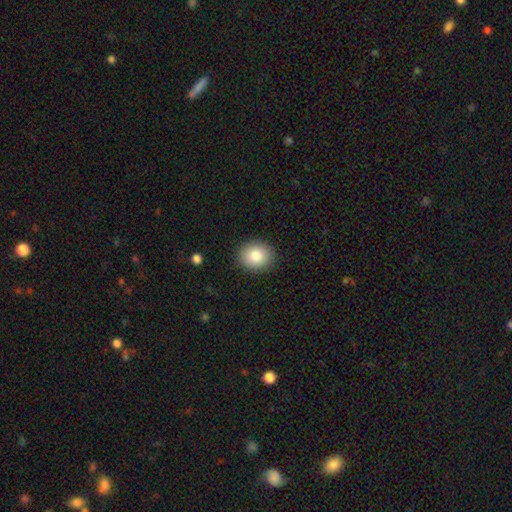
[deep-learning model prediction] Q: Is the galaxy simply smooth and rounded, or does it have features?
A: smooth — 84%.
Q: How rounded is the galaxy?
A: round — 71%.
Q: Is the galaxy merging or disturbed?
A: none — 90%.